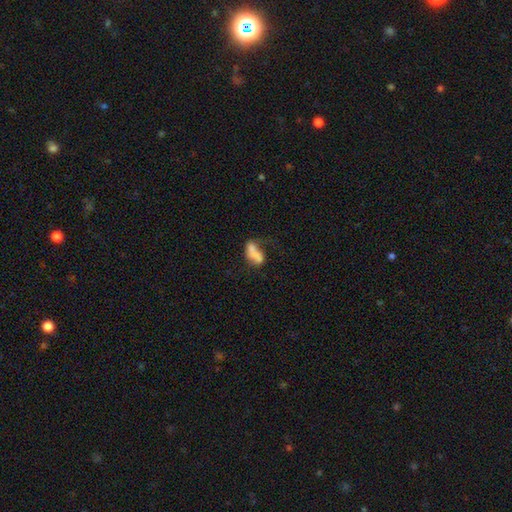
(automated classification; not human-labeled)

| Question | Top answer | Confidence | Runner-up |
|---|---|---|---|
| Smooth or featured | smooth | 61% | featured or disk (28%) |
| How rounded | in between | 83% | round (9%) |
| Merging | merger | 45% | none (21%) |